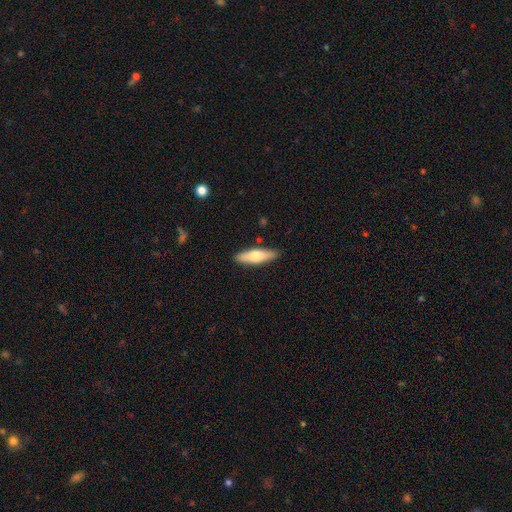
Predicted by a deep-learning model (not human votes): The model was most divided on "how rounded": cigar-shaped: 60%, in between: 38%, round: 2%. More confident: merging — none (88%); smooth or featured — smooth (63%).